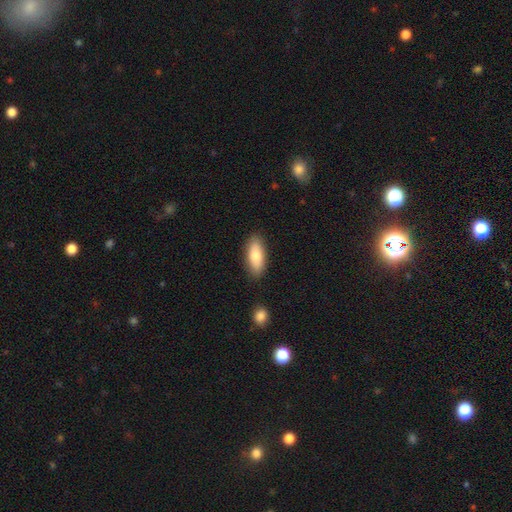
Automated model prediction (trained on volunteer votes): Smooth or featured: smooth — 77% (featured or disk — 17%)
How rounded: in between — 75% (cigar-shaped — 22%)
Merging: none — 85% (minor disturbance — 10%)